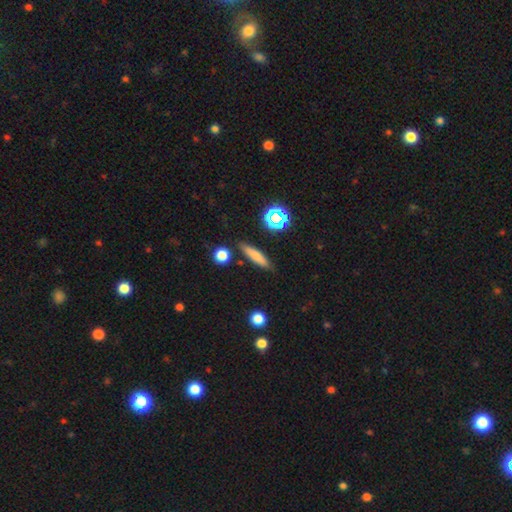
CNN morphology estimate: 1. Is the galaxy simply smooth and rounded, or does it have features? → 71% smooth, 18% featured or disk, 11% star or artifact.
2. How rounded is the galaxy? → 75% cigar-shaped, 20% in between, 4% round.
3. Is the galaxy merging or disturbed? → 84% none, 10% minor disturbance, 3% merger, 3% major disturbance.